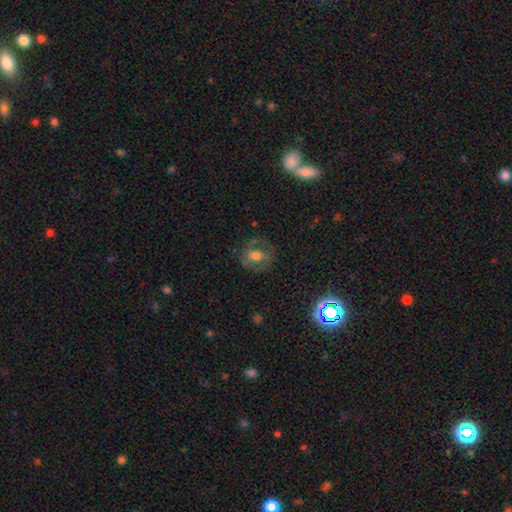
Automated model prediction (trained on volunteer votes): This is possibly a featured or disk galaxy (49%). Merging: likely none (69%).